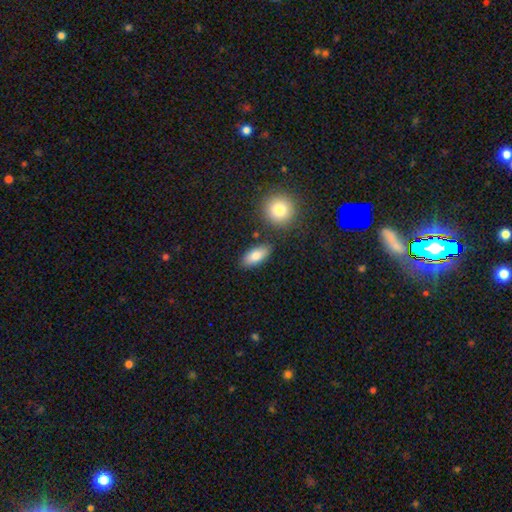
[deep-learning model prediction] Smooth or featured: smooth — 81% (featured or disk — 12%)
How rounded: in between — 86% (cigar-shaped — 10%)
Merging: none — 80% (minor disturbance — 11%)